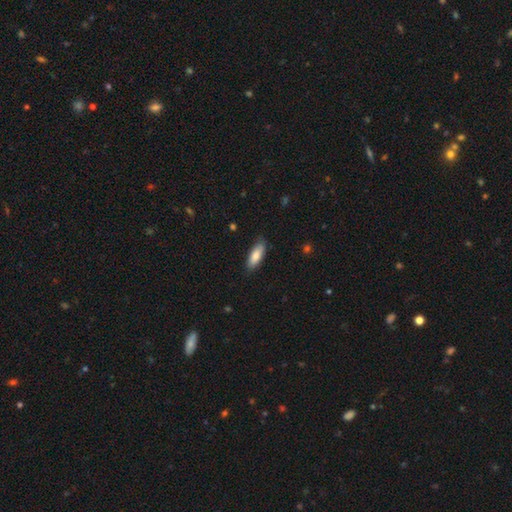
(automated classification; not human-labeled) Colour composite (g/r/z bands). It shows a smooth galaxy with no disk features (82%) that is in between round and cigar-shaped (68%). Merging: none (81%).